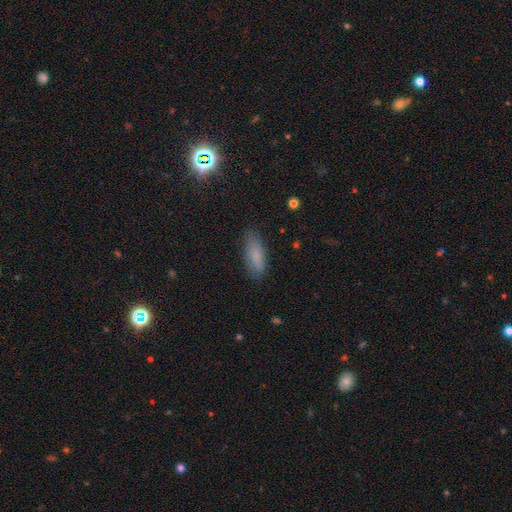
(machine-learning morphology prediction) Smooth or featured?
  - smooth: 81% *
  - featured or disk: 10%
  - star or artifact: 9%
How rounded?
  - in between: 69% *
  - cigar-shaped: 29%
  - round: 2%
Merging?
  - none: 80% *
  - minor disturbance: 15%
  - major disturbance: 3%
  - merger: 1%